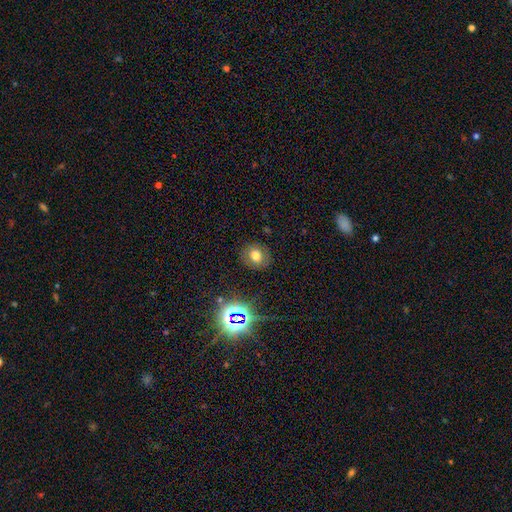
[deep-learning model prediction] A smooth galaxy with no disk features (69%) that is round (68%).

Vote fractions:
- Smooth or featured? smooth: 69% / star or artifact: 19% / featured or disk: 12%
- How rounded? round: 68% / in between: 31% / cigar-shaped: 1%
- Merging? none: 85% / minor disturbance: 10% / major disturbance: 4% / merger: 2%